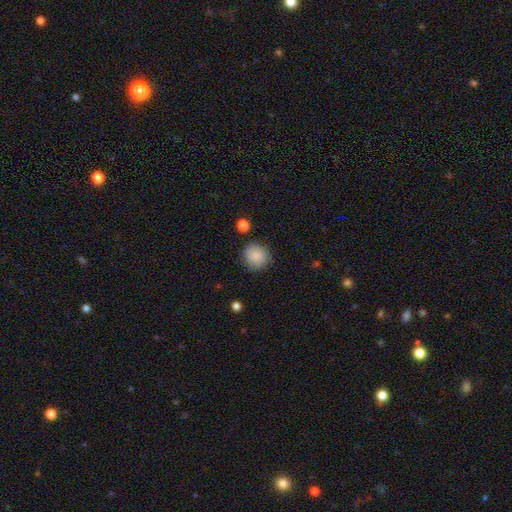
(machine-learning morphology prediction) type=smooth (87%); roundness=round (88%); merging=none (84%).